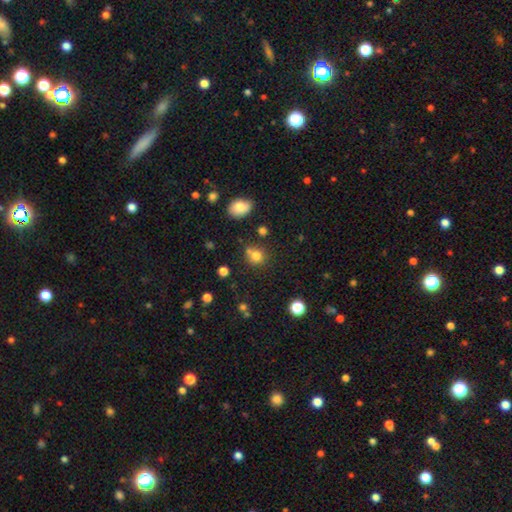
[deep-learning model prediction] Smooth or featured? smooth (77%)
How rounded? round (83%)
Merging? none (63%)